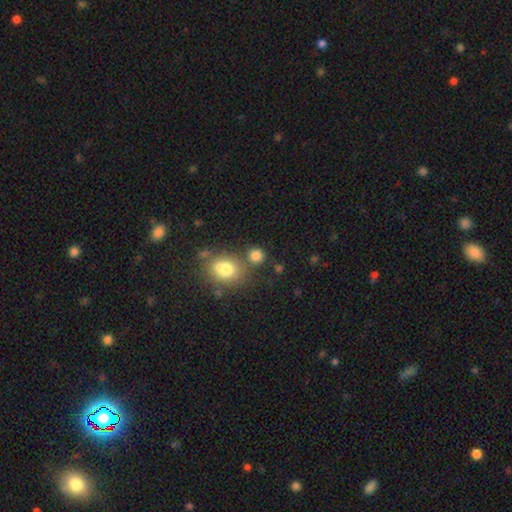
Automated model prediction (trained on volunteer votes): smooth_or_featured: smooth (p=0.80) [alt: star or artifact p=0.13]
how_rounded: round (p=0.83) [alt: in between p=0.16]
merging: none (p=0.69) [alt: merger p=0.17]